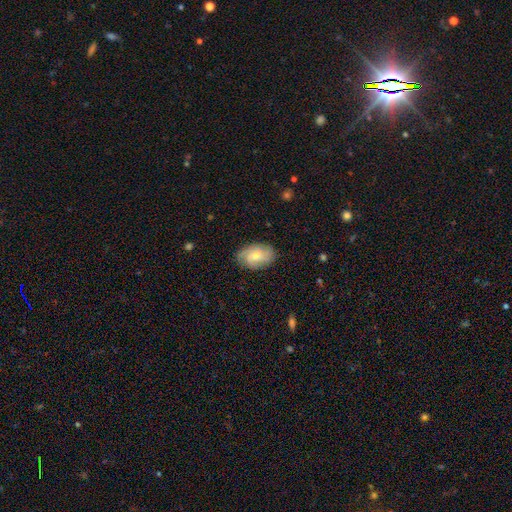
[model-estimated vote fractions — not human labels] Overall: smooth (48%; featured or disk 45%). Merging: none (76%).